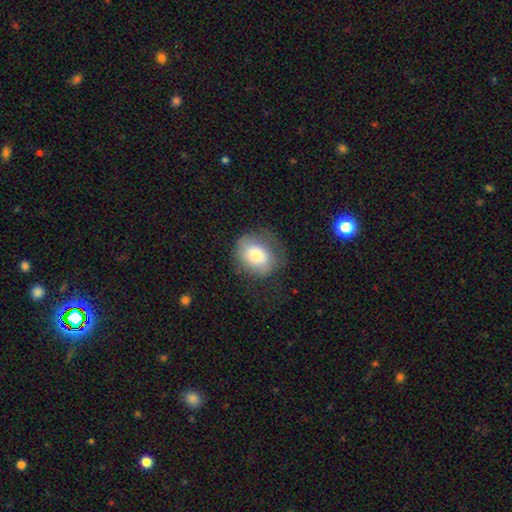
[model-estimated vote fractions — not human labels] smooth-or-featured: smooth: 74% | featured or disk: 18% | star or artifact: 8%
  how-rounded: round: 51% | in between: 48% | cigar-shaped: 1%
  merging: none: 60% | minor disturbance: 24% | major disturbance: 15% | merger: 1%